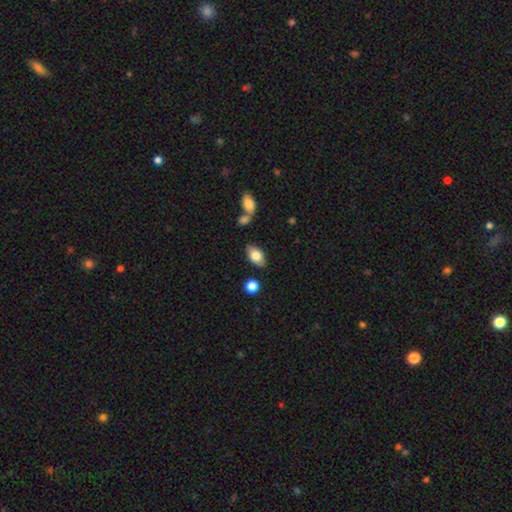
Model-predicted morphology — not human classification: smooth_or_featured: smooth (p=0.77) [alt: featured or disk p=0.16]
how_rounded: in between (p=0.91) [alt: round p=0.06]
merging: none (p=0.79) [alt: minor disturbance p=0.12]